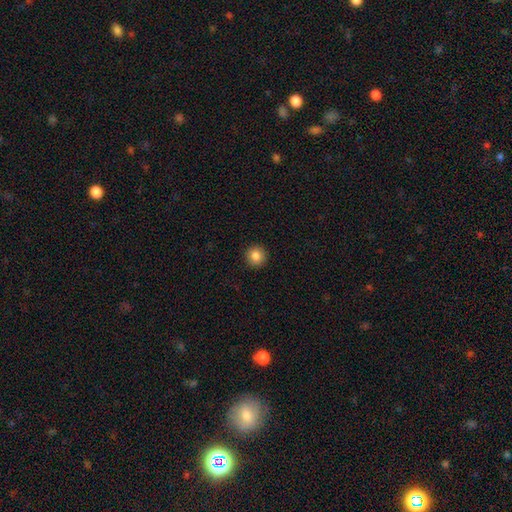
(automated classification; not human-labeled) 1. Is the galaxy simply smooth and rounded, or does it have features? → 85% smooth, 10% star or artifact, 5% featured or disk.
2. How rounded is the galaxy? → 94% round, 5% in between, 1% cigar-shaped.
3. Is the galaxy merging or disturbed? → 93% none, 5% minor disturbance, 2% major disturbance, 1% merger.